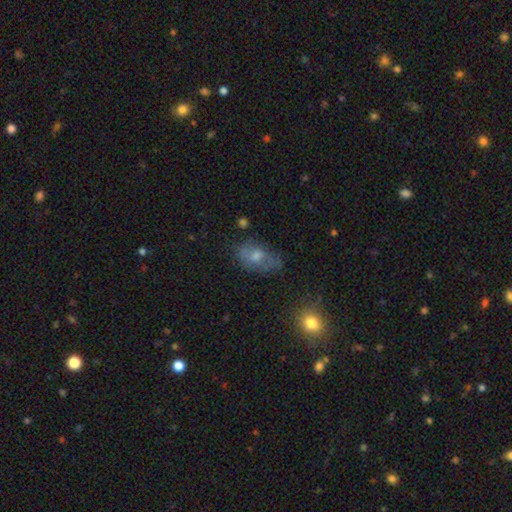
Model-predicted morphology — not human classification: Smooth or featured? Predicted: featured or disk (p=0.43). Merging? Predicted: none (p=0.62).